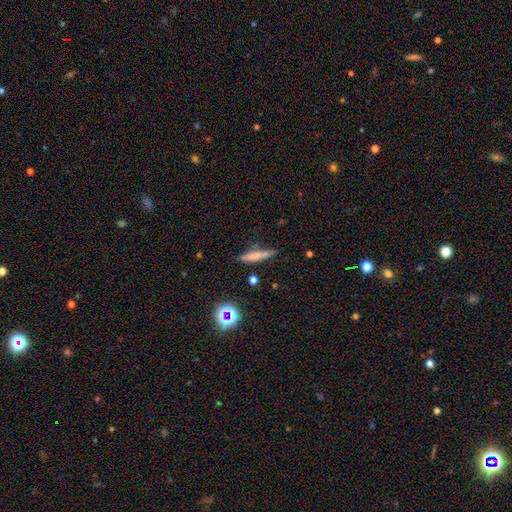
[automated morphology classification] This is likely a smooth galaxy (63%). How rounded: clearly cigar-shaped (87%). Merging: likely none (74%).